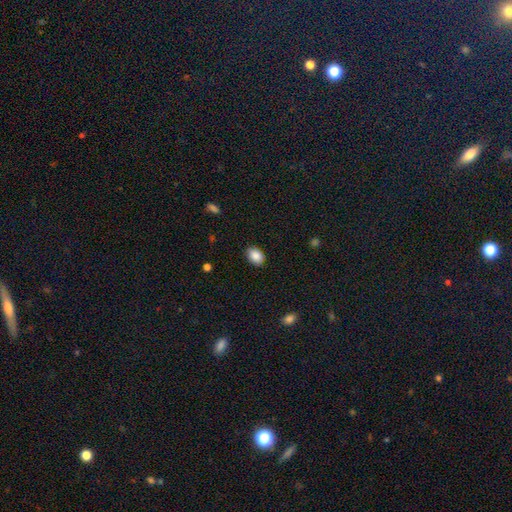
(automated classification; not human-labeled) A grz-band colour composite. It shows a smooth galaxy with no disk features (88%) that is in between round and cigar-shaped (75%). Merging: none (87%).